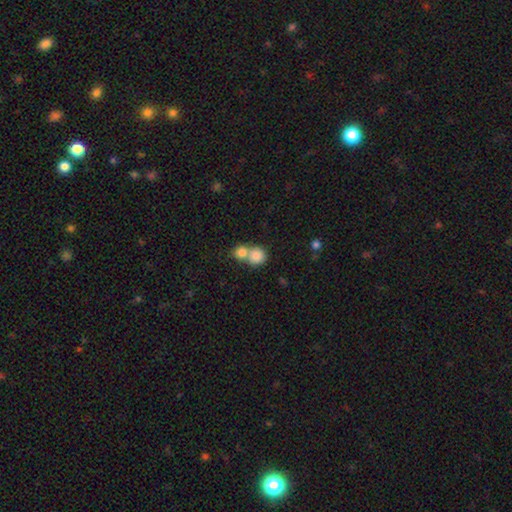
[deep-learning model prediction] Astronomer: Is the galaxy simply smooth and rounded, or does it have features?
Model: smooth — 83%.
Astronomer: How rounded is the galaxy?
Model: round — 82%.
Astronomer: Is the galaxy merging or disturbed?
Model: merger — 58% (runner-up: none, 34%).